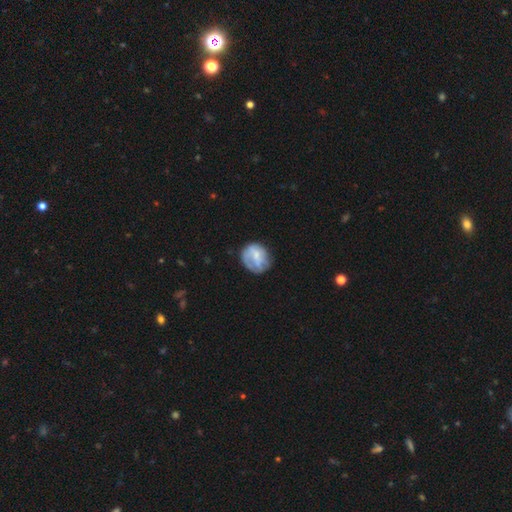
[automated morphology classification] Q: Smooth or featured?
A: smooth (54%); runner-up: featured or disk (39%)
Q: How rounded?
A: round (76%); runner-up: in between (23%)
Q: Merging?
A: none (59%); runner-up: minor disturbance (25%)